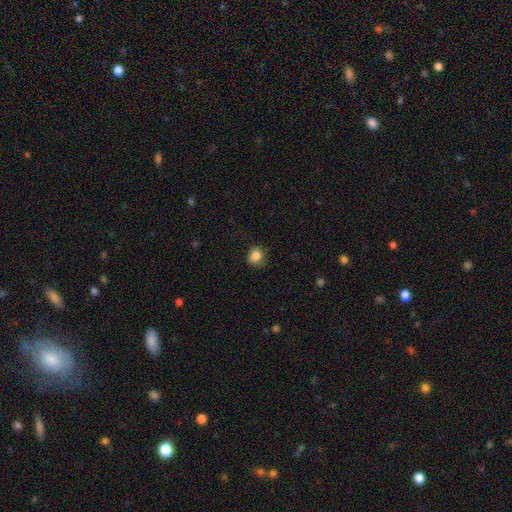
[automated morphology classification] Smooth or featured?
  - smooth: 85% *
  - star or artifact: 10%
  - featured or disk: 4%
How rounded?
  - round: 69% *
  - in between: 30%
  - cigar-shaped: 1%
Merging?
  - none: 78% *
  - minor disturbance: 17%
  - major disturbance: 4%
  - merger: 1%